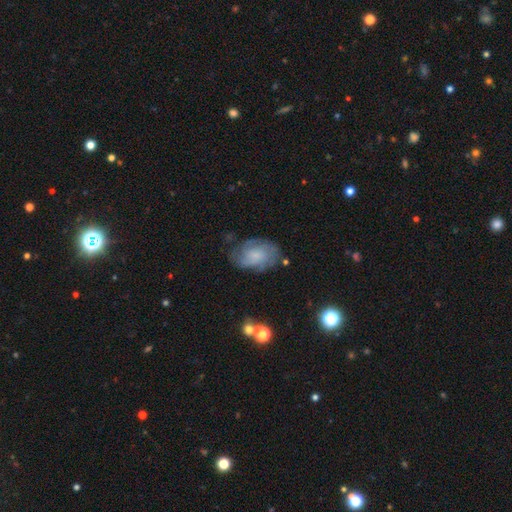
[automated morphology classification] The model was most divided on "bulge size": small: 46%, none: 24%, moderate: 22%, large: 6%, dominant: 2%. More confident: edge-on disk — no (97%); spiral arms — yes (87%); bar — no (73%); merging — none (63%); smooth or featured — featured or disk (60%).